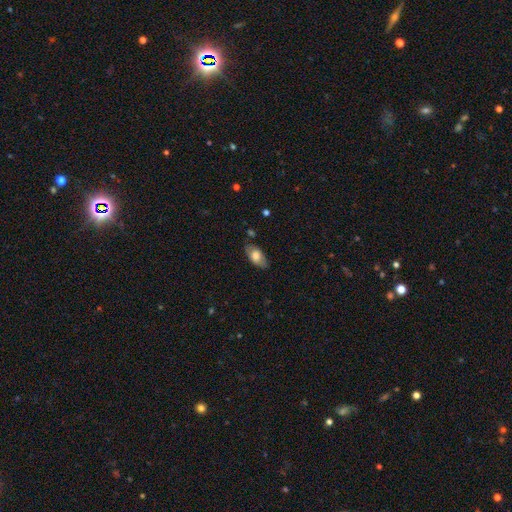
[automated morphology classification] smooth-or-featured: smooth: 69% | featured or disk: 24% | star or artifact: 7%
  how-rounded: in between: 91% | cigar-shaped: 5% | round: 4%
  merging: none: 78% | minor disturbance: 17% | major disturbance: 4% | merger: 2%